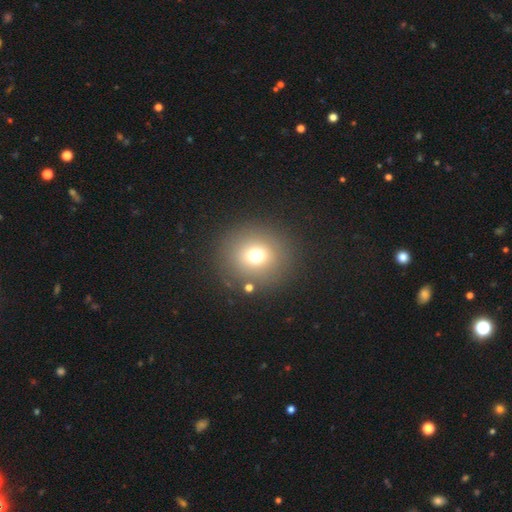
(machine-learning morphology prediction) A smooth galaxy with no disk features (70%) that is round (90%).

Vote fractions:
- Smooth or featured? smooth: 70% / star or artifact: 17% / featured or disk: 13%
- How rounded? round: 90% / in between: 9% / cigar-shaped: 1%
- Merging? none: 85% / minor disturbance: 8% / major disturbance: 4% / merger: 3%